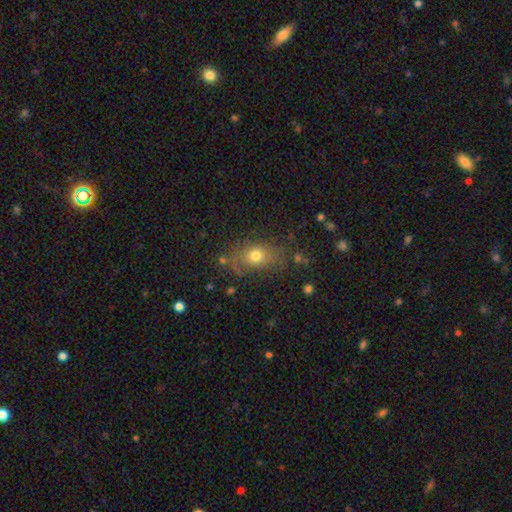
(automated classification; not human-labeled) A smooth galaxy with no disk features (70%) that is in between round and cigar-shaped (64%).

Vote fractions:
- Smooth or featured? smooth: 70% / featured or disk: 16% / star or artifact: 14%
- How rounded? in between: 64% / round: 32% / cigar-shaped: 3%
- Merging? none: 69% / minor disturbance: 19% / major disturbance: 8% / merger: 4%